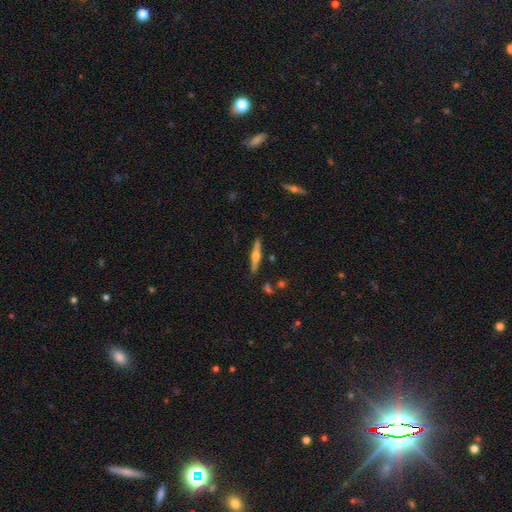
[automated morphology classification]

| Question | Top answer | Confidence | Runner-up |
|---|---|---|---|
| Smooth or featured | featured or disk | 65% | smooth (29%) |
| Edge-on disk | yes | 97% | no (3%) |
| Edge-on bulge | rounded | 90% | boxy (6%) |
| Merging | none | 88% | minor disturbance (8%) |